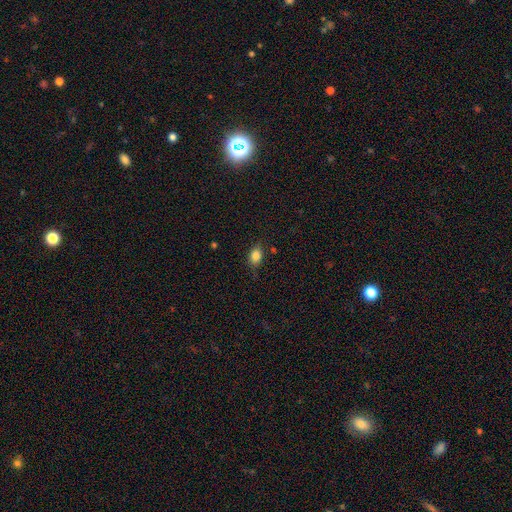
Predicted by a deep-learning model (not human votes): The model was most divided on "how rounded": in between: 73%, round: 25%, cigar-shaped: 2%. More confident: smooth or featured — smooth (84%); merging — none (76%).